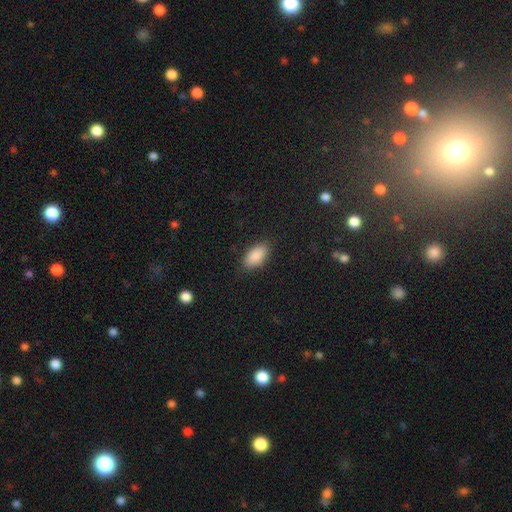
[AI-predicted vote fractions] This appears to be a smooth galaxy with no disk features (89%) that is in between round and cigar-shaped (92%). Merging: none (85%).